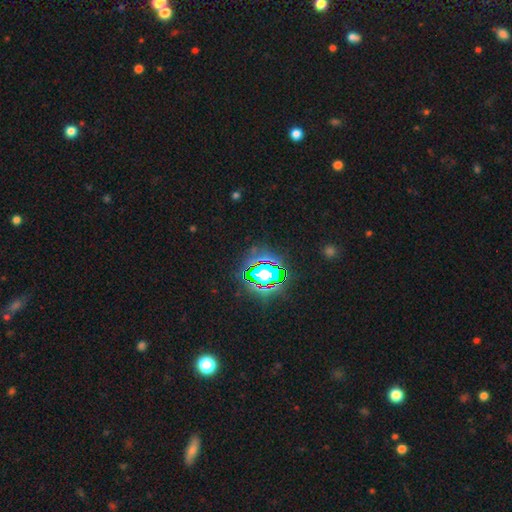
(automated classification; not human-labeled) Smooth or featured? Predicted: star or artifact (p=0.80).